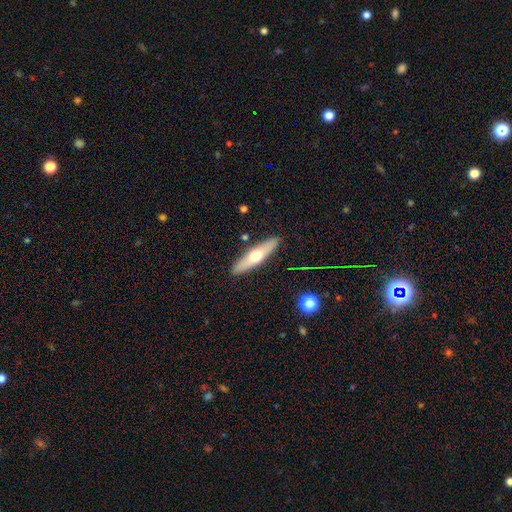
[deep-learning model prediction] Morphology: type=smooth (47%, tied with featured or disk); merging=none (89%).